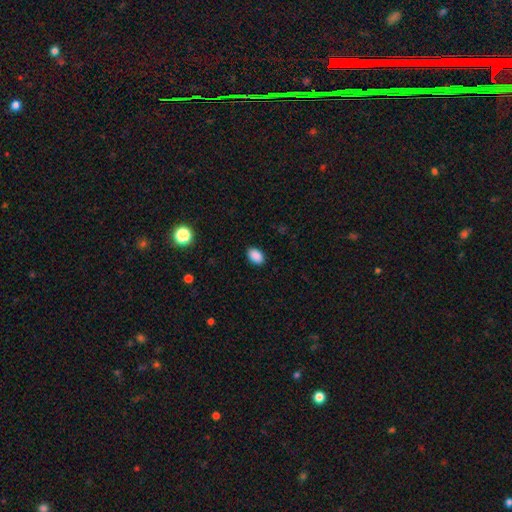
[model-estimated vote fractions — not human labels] This is clearly a smooth galaxy (89%). How rounded: clearly in between (86%). Merging: clearly none (89%).